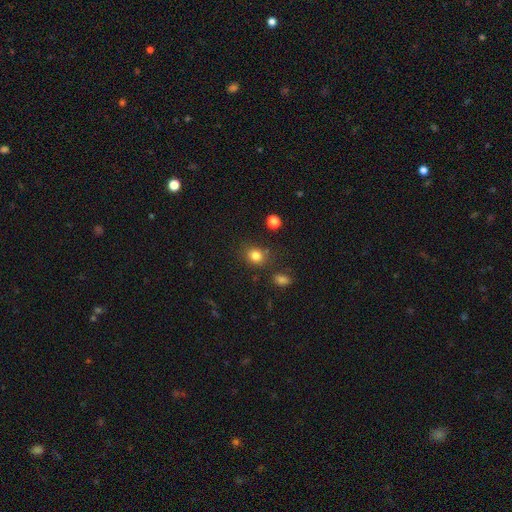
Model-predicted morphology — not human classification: Smooth or featured?
  - smooth: 82% *
  - star or artifact: 12%
  - featured or disk: 6%
How rounded?
  - round: 62% *
  - in between: 37%
  - cigar-shaped: 1%
Merging?
  - none: 77% *
  - minor disturbance: 13%
  - merger: 6%
  - major disturbance: 4%